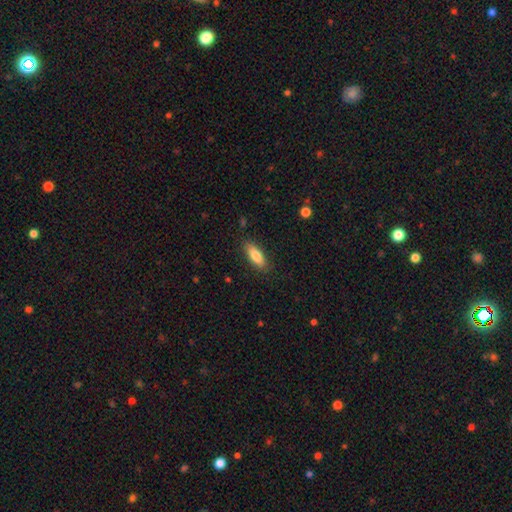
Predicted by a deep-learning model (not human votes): A smooth galaxy with no disk features (82%) that is in between round and cigar-shaped (66%).

Vote fractions:
- Smooth or featured? smooth: 82% / featured or disk: 12% / star or artifact: 6%
- How rounded? in between: 66% / cigar-shaped: 32% / round: 2%
- Merging? none: 87% / minor disturbance: 10% / major disturbance: 2% / merger: 1%